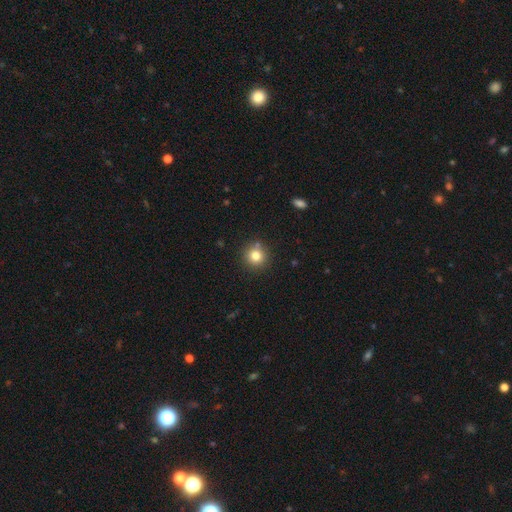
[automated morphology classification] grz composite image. It shows a smooth galaxy with no disk features (80%) that is round (93%). Merging: none (85%).